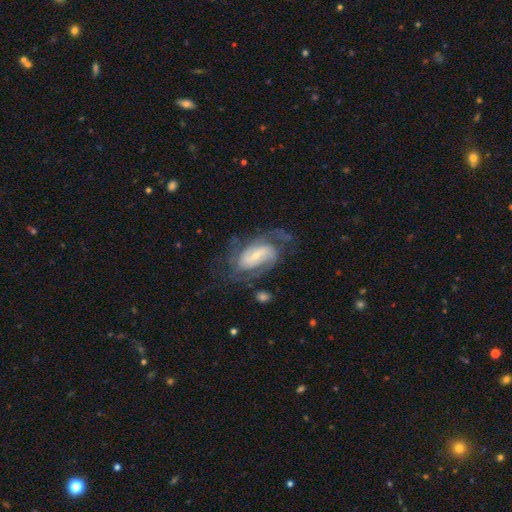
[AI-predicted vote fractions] featured or disk 81%, smooth 13%, star or artifact 6%. Down the decision tree: edge-on disk — no (96%); bar — weak (45%); spiral arms — yes (92%); spiral arm count — 2 (54%); spiral winding — medium (44%); bulge size — small (64%); merging — none (57%).